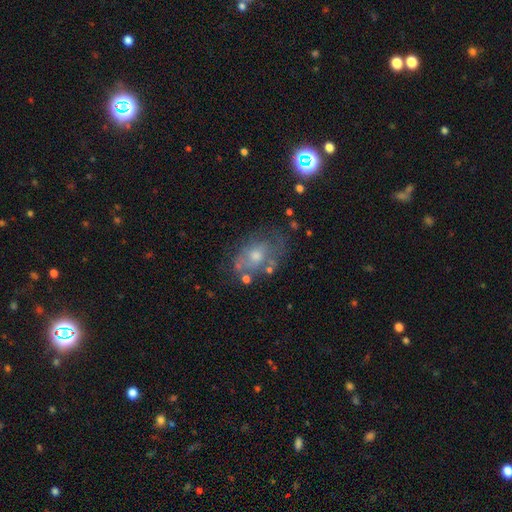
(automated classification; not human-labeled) smooth_or_featured: featured or disk (p=0.52) [alt: smooth p=0.34]
disk_edge_on: no (p=0.94) [alt: yes p=0.06]
merging: none (p=0.55) [alt: minor disturbance p=0.24]